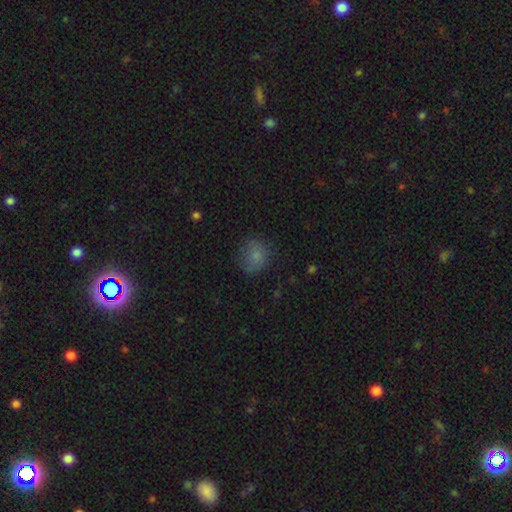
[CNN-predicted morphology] Smooth or featured?
  - smooth: 78% *
  - star or artifact: 12%
  - featured or disk: 10%
How rounded?
  - round: 76% *
  - in between: 23%
  - cigar-shaped: 1%
Merging?
  - none: 71% *
  - minor disturbance: 20%
  - major disturbance: 7%
  - merger: 1%